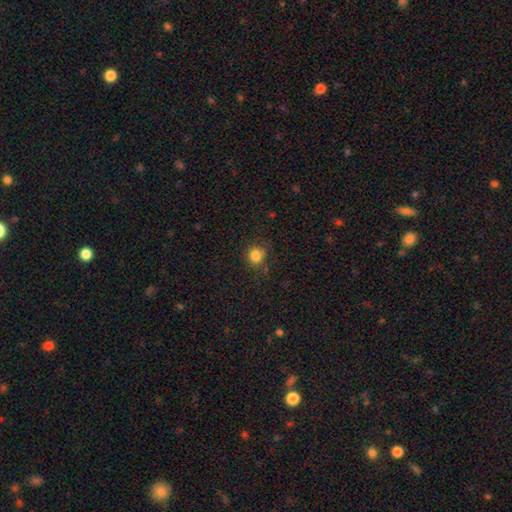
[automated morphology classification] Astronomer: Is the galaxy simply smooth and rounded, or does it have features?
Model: smooth — 83%.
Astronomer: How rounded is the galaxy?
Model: round — 86%.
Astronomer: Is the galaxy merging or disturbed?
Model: none — 78%.